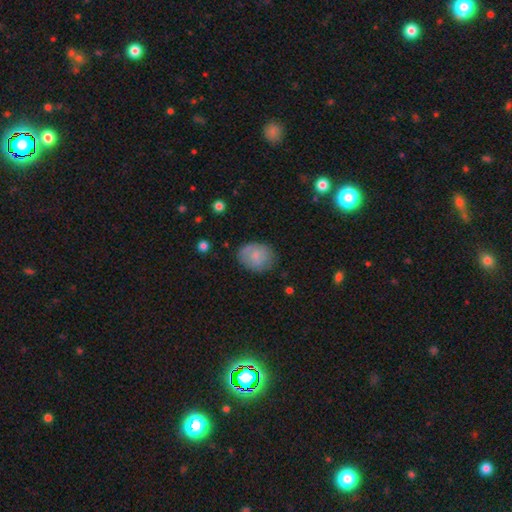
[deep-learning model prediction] Smooth or featured? Predicted: smooth (p=0.74). How rounded? Predicted: in between (p=0.55). Merging? Predicted: none (p=0.73).